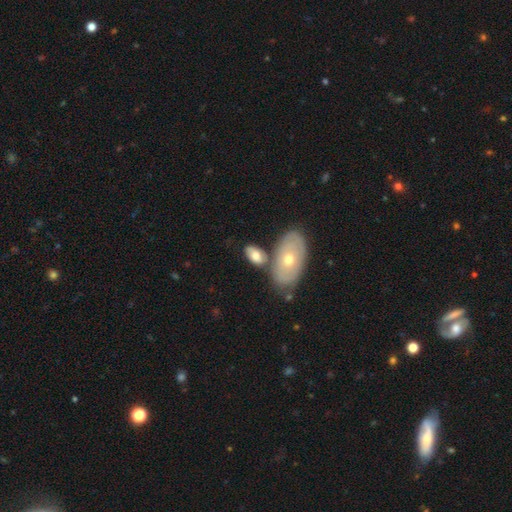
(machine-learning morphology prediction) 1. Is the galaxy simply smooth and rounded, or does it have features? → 66% smooth, 28% featured or disk, 5% star or artifact.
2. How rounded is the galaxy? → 92% in between, 5% round, 3% cigar-shaped.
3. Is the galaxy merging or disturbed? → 55% none, 24% merger, 16% minor disturbance, 5% major disturbance.